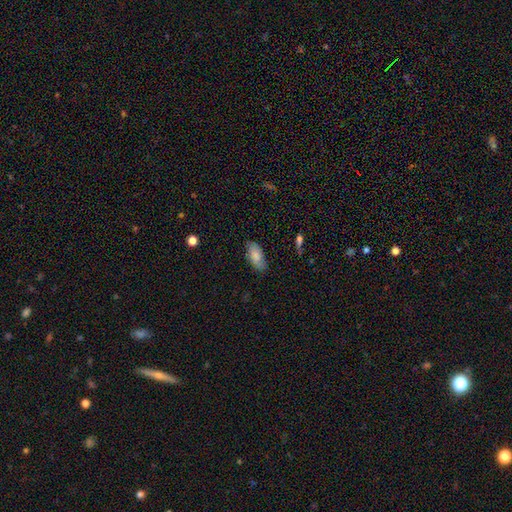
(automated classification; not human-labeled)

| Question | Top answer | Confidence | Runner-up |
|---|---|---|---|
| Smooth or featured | smooth | 77% | featured or disk (16%) |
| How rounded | in between | 91% | cigar-shaped (6%) |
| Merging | none | 79% | minor disturbance (17%) |